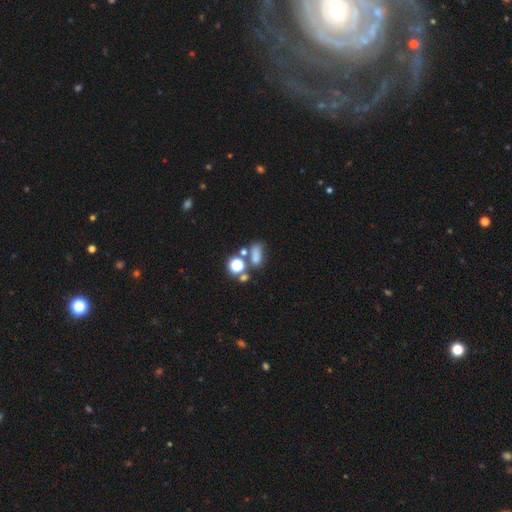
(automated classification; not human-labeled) Smooth or featured? smooth (66%)
How rounded? in between (63%)
Merging? none (48%)